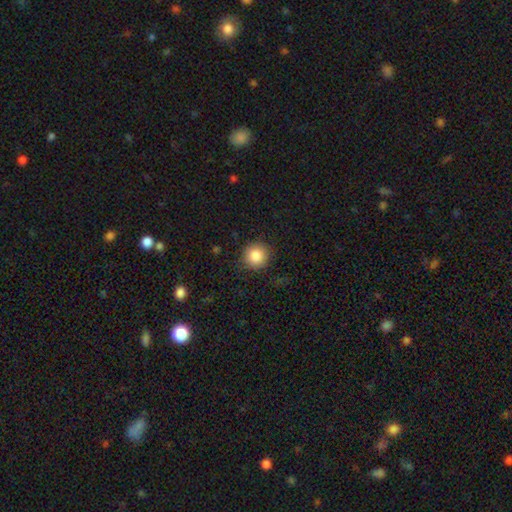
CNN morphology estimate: Q: Smooth or featured?
A: smooth (85%); runner-up: star or artifact (9%)
Q: How rounded?
A: round (93%); runner-up: in between (6%)
Q: Merging?
A: none (87%); runner-up: minor disturbance (9%)